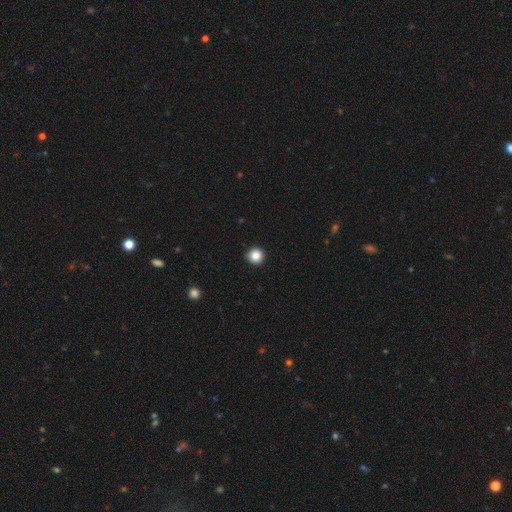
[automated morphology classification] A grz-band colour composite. It shows a smooth galaxy with no disk features (86%) that is round (95%). Merging: none (94%).